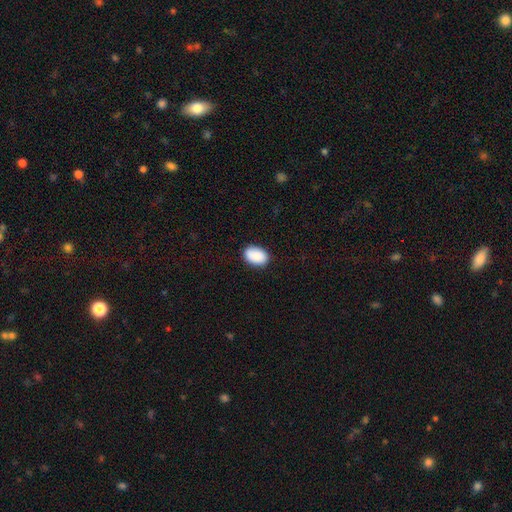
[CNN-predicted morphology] Smooth or featured? smooth (90%)
How rounded? in between (86%)
Merging? none (86%)